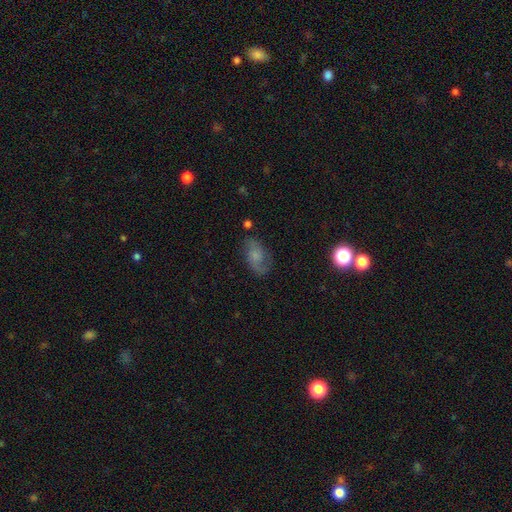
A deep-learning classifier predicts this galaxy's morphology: smooth-or-featured: featured or disk: 54% | smooth: 35% | star or artifact: 11%
  disk-edge-on: no: 95% | yes: 5%
    bar: no: 66% | weak: 30% | strong: 5%
    has-spiral-arms: yes: 88% | no: 12%
    bulge-size: small: 32% | none: 31% | moderate: 26% | large: 10% | dominant: 2%
  merging: none: 70% | minor disturbance: 19% | major disturbance: 9% | merger: 2%